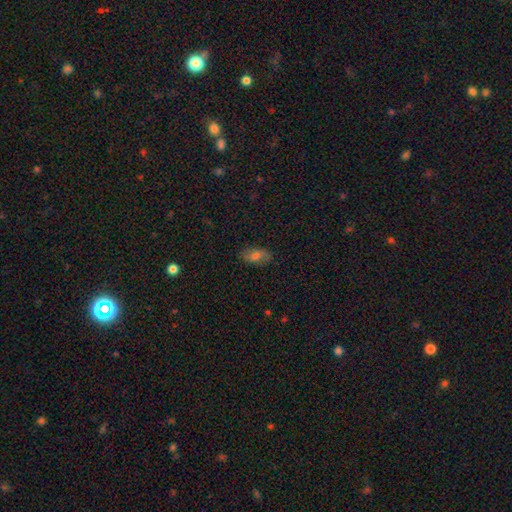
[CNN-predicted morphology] Overall: smooth (63%; featured or disk 25%). How rounded: in between (88%). Merging: none (82%).